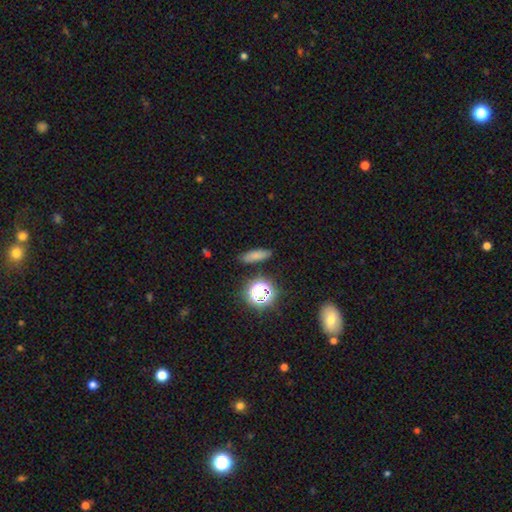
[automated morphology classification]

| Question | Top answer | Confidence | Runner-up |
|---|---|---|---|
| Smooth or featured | smooth | 72% | star or artifact (19%) |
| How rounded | cigar-shaped | 48% | in between (41%) |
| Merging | none | 84% | minor disturbance (10%) |